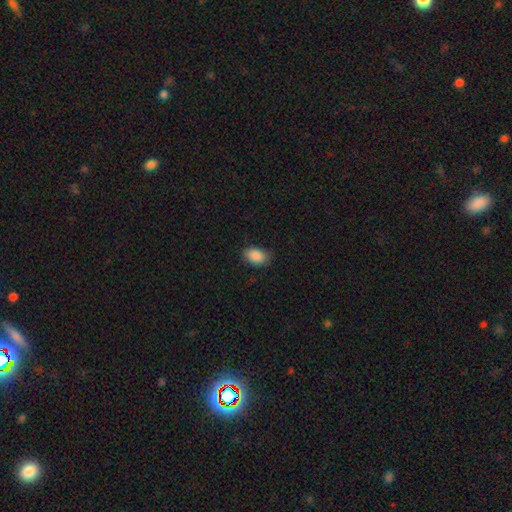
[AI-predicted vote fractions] smooth 89%, star or artifact 7%, featured or disk 4%. Down the decision tree: how rounded — in between (89%); merging — none (83%).